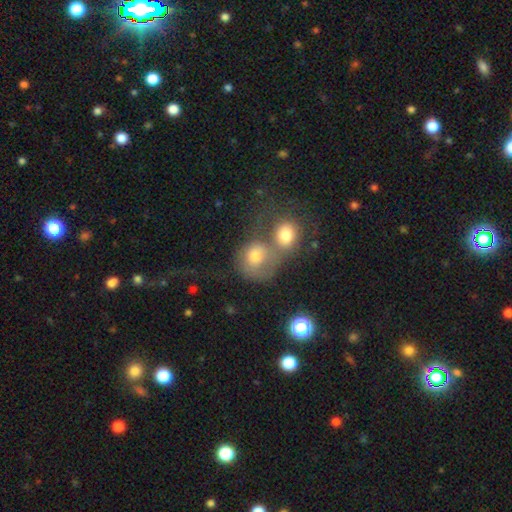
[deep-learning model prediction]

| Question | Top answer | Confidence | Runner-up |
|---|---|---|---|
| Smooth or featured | smooth | 69% | featured or disk (19%) |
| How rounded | round | 73% | in between (26%) |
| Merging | merger | 65% | none (20%) |